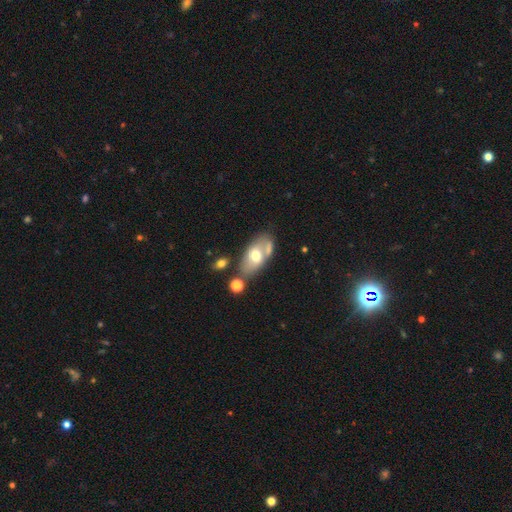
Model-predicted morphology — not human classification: Q: Smooth or featured?
A: smooth (54%); runner-up: featured or disk (39%)
Q: How rounded?
A: in between (90%); runner-up: round (6%)
Q: Merging?
A: none (52%); runner-up: merger (22%)